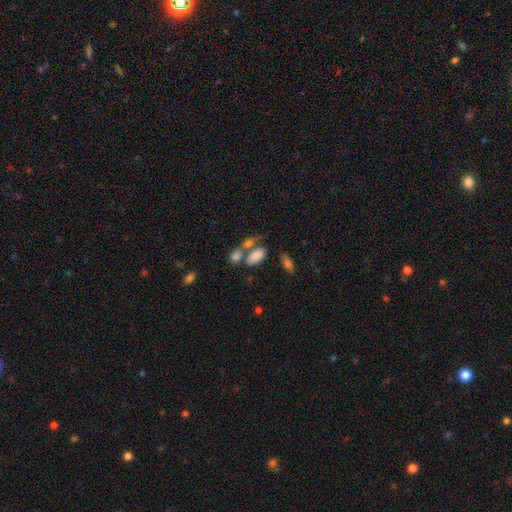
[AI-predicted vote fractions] A smooth galaxy with no disk features (79%) that is in between round and cigar-shaped (90%).

Vote fractions:
- Smooth or featured? smooth: 79% / featured or disk: 12% / star or artifact: 10%
- How rounded? in between: 90% / cigar-shaped: 6% / round: 4%
- Merging? merger: 43% / none: 38% / minor disturbance: 12% / major disturbance: 8%